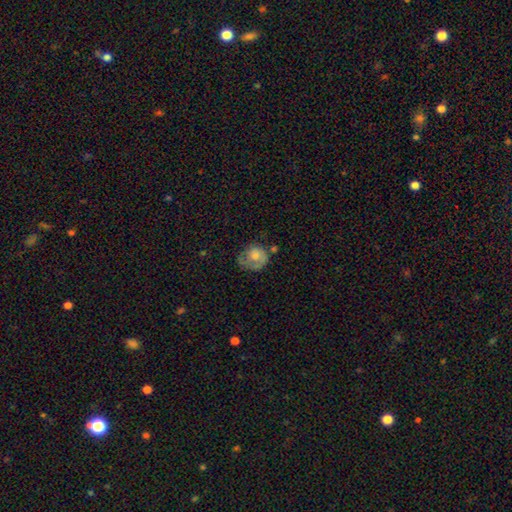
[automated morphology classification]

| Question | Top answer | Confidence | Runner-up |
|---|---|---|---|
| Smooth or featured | smooth | 58% | featured or disk (35%) |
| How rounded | round | 71% | in between (28%) |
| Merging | none | 41% | minor disturbance (29%) |